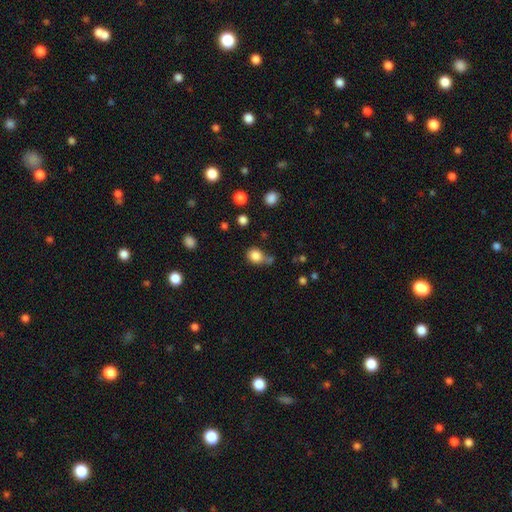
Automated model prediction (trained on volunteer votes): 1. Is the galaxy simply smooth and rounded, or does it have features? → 83% smooth, 11% star or artifact, 6% featured or disk.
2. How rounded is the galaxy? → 72% round, 27% in between, 1% cigar-shaped.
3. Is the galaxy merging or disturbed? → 56% none, 19% merger, 17% minor disturbance, 7% major disturbance.